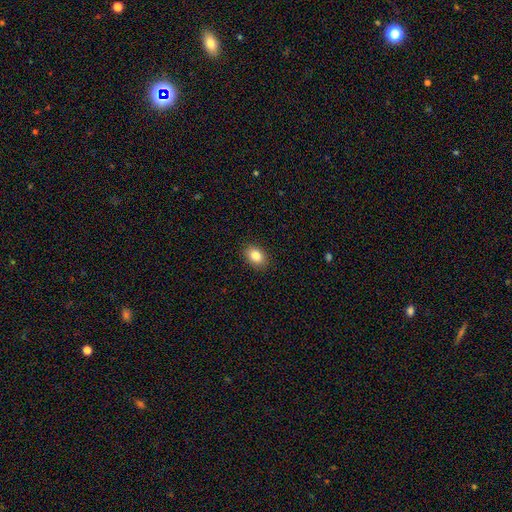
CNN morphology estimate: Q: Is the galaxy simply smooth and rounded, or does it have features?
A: smooth — 86%.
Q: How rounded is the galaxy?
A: in between — 74%.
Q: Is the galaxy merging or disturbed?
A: none — 89%.